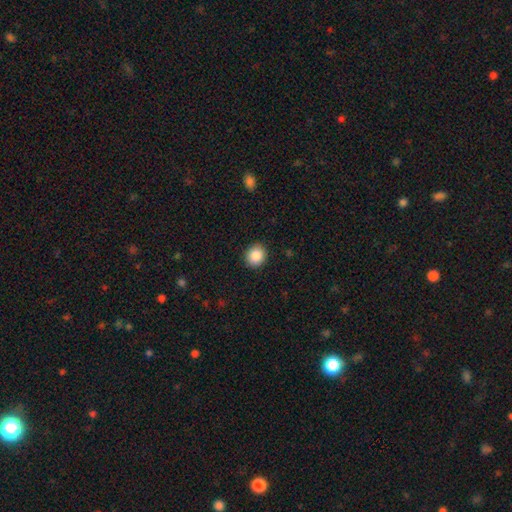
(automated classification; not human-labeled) Smooth or featured: smooth — 86% (star or artifact — 9%)
How rounded: round — 79% (in between — 20%)
Merging: none — 91% (minor disturbance — 6%)